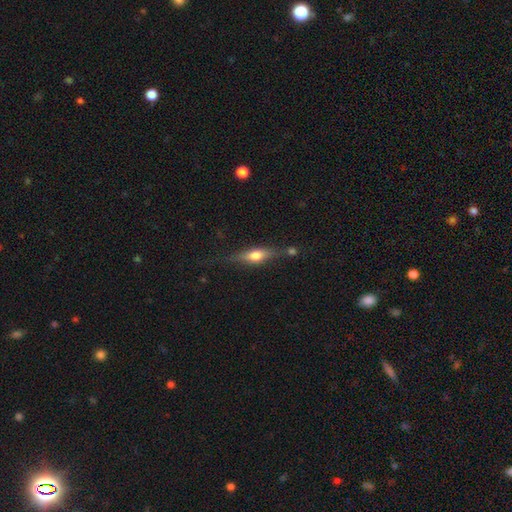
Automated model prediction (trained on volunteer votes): smooth_or_featured: featured or disk (p=0.46) [tied with: smooth p=0.46]
merging: none (p=0.68) [alt: minor disturbance p=0.17]